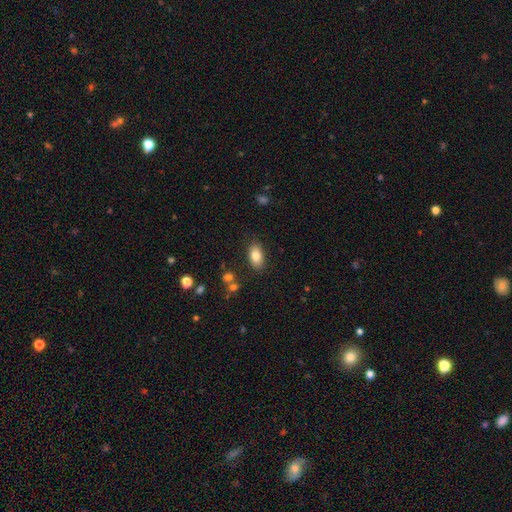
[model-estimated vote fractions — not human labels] Smooth or featured?
  - smooth: 82% *
  - featured or disk: 10%
  - star or artifact: 8%
How rounded?
  - in between: 91% *
  - round: 6%
  - cigar-shaped: 3%
Merging?
  - none: 85% *
  - minor disturbance: 10%
  - major disturbance: 3%
  - merger: 2%